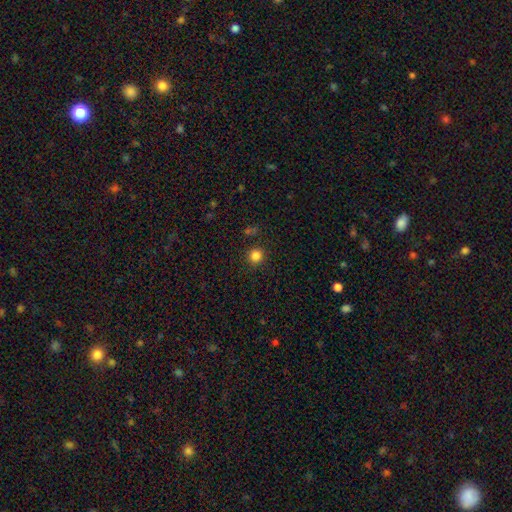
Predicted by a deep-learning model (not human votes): smooth_or_featured: smooth (p=0.83) [alt: star or artifact p=0.13]
how_rounded: round (p=0.94) [alt: in between p=0.05]
merging: none (p=0.90) [alt: minor disturbance p=0.06]